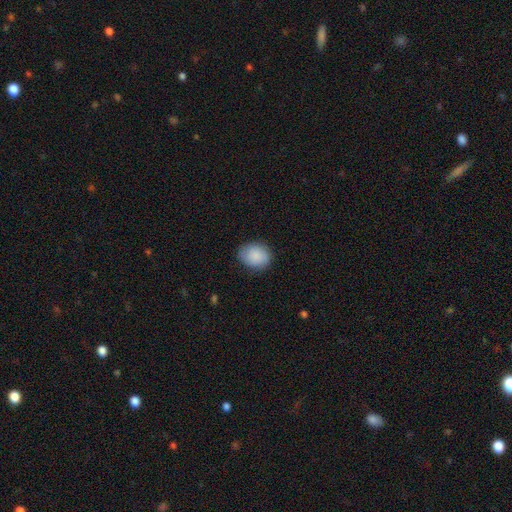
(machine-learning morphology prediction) This is clearly a smooth galaxy (86%). How rounded: possibly in between (54%). Merging: clearly none (81%).